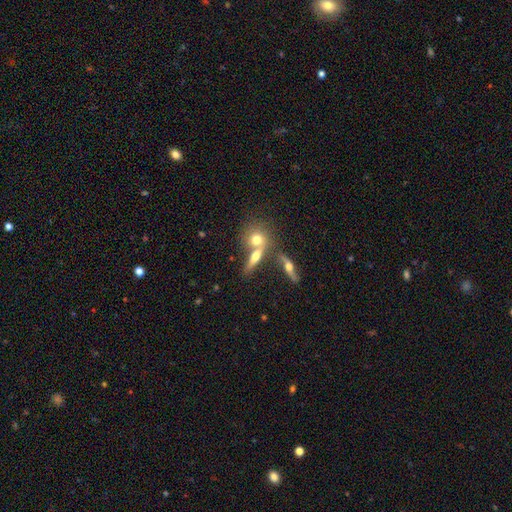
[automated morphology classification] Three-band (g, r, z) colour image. It shows a smooth galaxy with no disk features (55%) that is in between round and cigar-shaped (39%). Merging: none (47%).